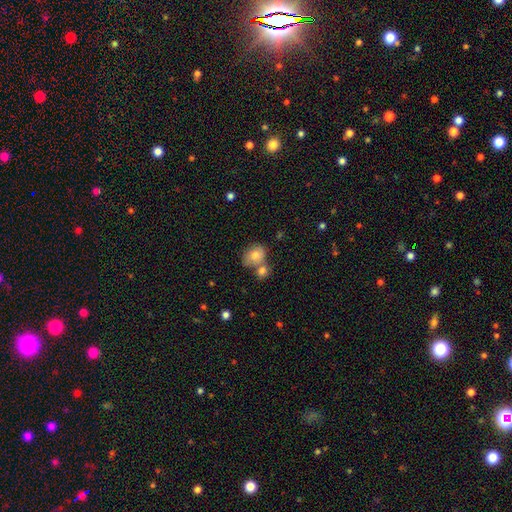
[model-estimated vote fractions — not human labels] The model was most divided on "how rounded": in between: 50%, round: 49%, cigar-shaped: 1%. Remaining: smooth or featured — smooth (78%); merging — none (41%).